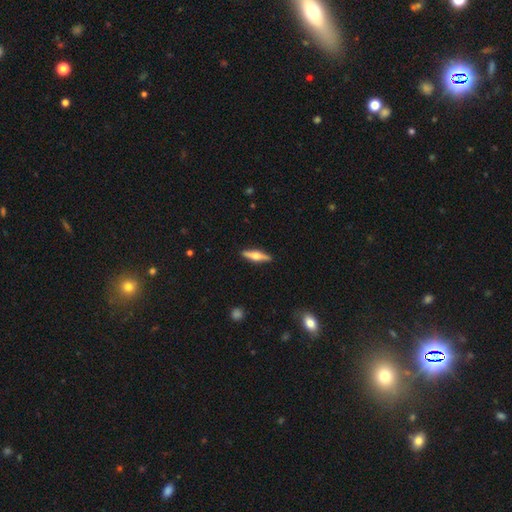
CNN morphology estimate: A featured or disk galaxy (63%) viewed edge-on (96%) with a rounded central bulge (93%). Merging: none (90%).